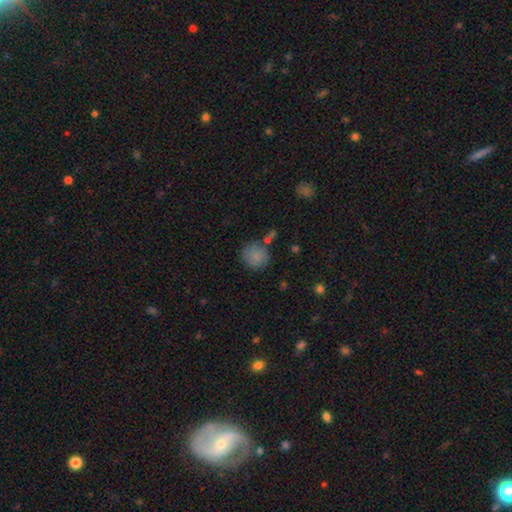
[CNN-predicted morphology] This is clearly a smooth galaxy (83%). How rounded: clearly round (86%). Merging: likely none (68%).